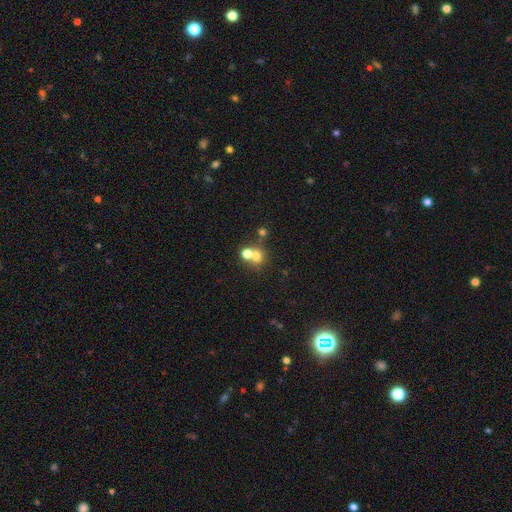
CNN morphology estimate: Overall: smooth (67%). How rounded: round (78%). Merging: merger (45%; none 44%).